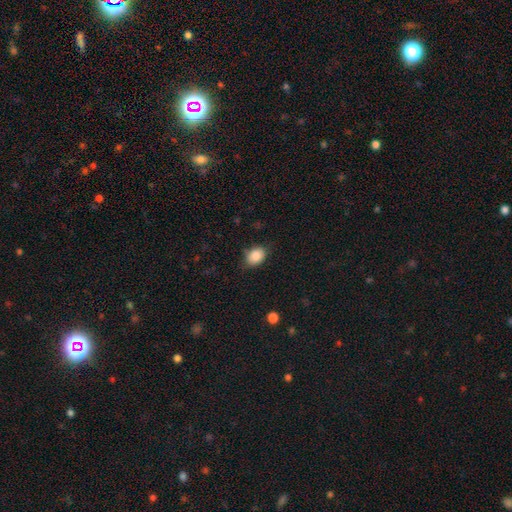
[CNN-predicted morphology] type=smooth (88%); roundness=in between (74%); merging=none (78%).